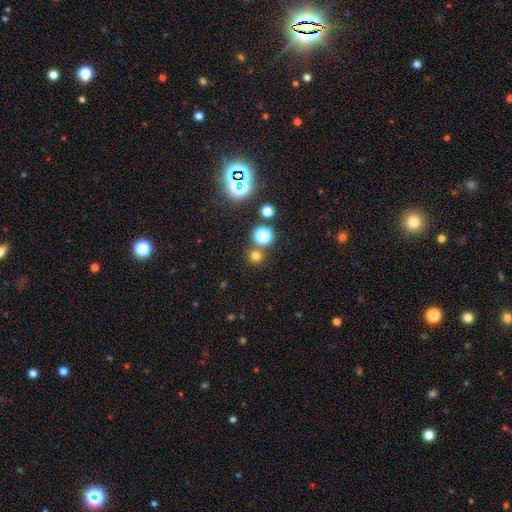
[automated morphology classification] Smooth or featured: smooth — 68% (star or artifact — 26%)
How rounded: round — 93% (in between — 6%)
Merging: none — 79% (merger — 12%)